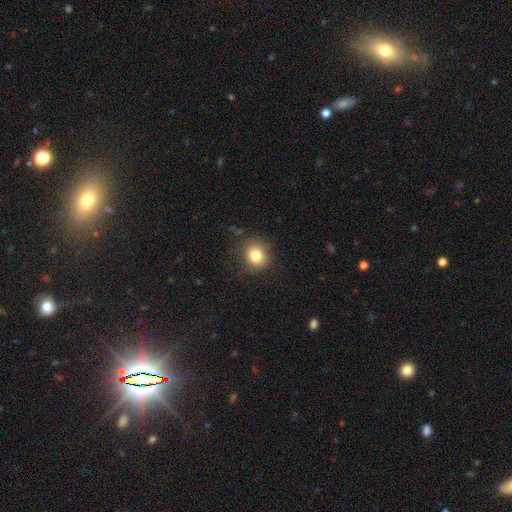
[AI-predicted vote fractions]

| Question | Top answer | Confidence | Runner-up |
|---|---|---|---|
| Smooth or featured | smooth | 81% | star or artifact (12%) |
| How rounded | round | 82% | in between (17%) |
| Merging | none | 84% | minor disturbance (11%) |